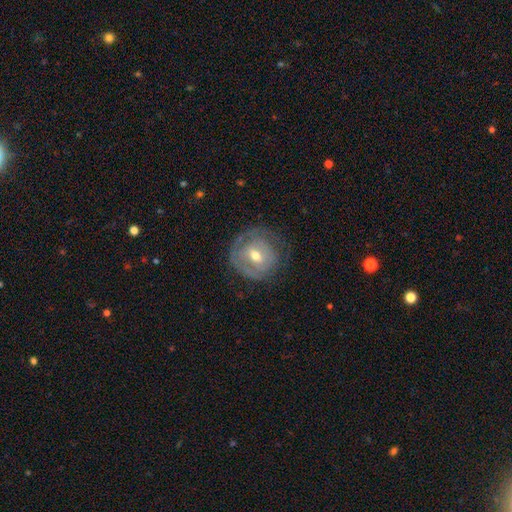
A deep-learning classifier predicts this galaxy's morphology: Overall: featured or disk (63%; smooth 30%). Edge-on disk: no (96%). Bar: weak (45%; no 40%). Spiral arms: yes (58%; no 42%). Bulge size: moderate (62%; small 33%). Merging: none (63%).